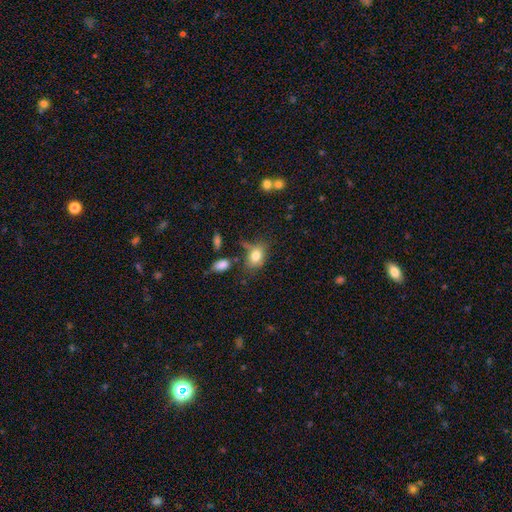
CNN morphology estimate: Smooth or featured? smooth (79%)
How rounded? in between (77%)
Merging? none (56%)